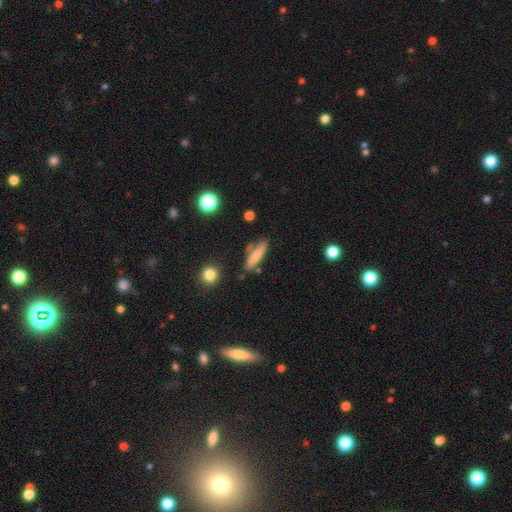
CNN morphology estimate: smooth 69%, featured or disk 23%, star or artifact 8%. Down the decision tree: how rounded — cigar-shaped (70%); merging — none (70%).